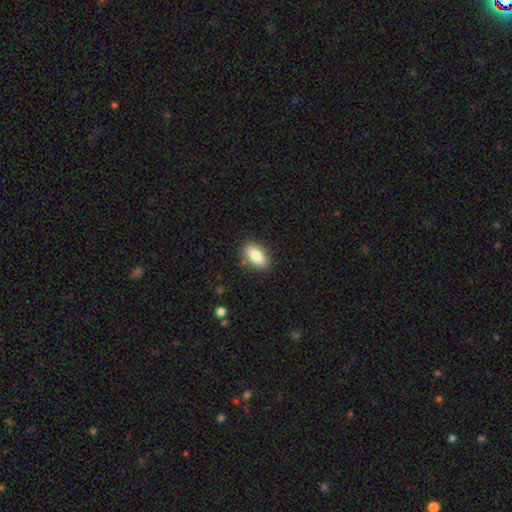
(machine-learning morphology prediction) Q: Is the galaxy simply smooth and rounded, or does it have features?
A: smooth — 82%.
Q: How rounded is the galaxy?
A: in between — 89%.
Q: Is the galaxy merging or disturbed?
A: none — 87%.